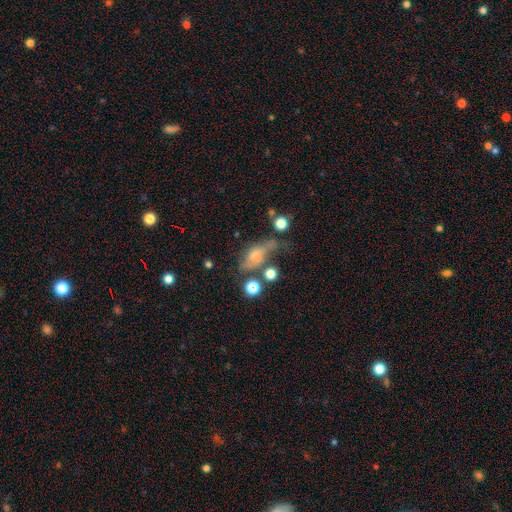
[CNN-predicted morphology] Overall: smooth (49%; featured or disk 36%). Merging: major disturbance (33%; none 28%).